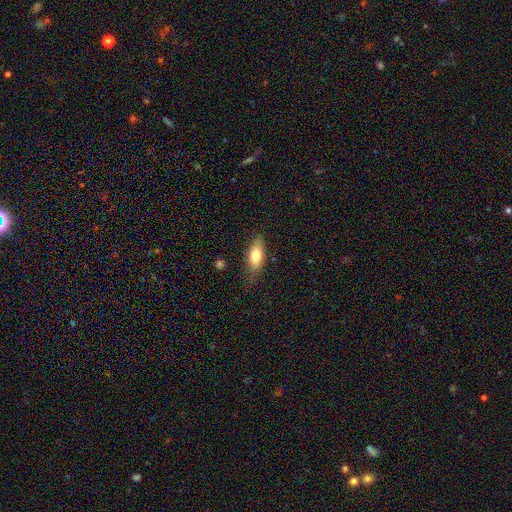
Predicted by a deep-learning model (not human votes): smooth 74%, featured or disk 19%, star or artifact 7%. Down the decision tree: how rounded — in between (77%); merging — none (70%).